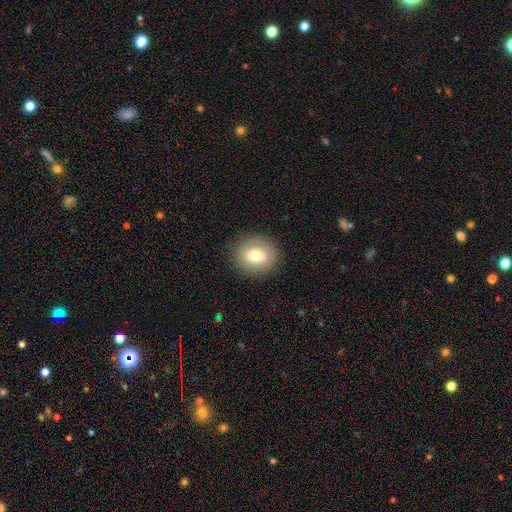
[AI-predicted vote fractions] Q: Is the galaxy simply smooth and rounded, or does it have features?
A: smooth — 73%.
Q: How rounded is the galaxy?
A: round — 79%.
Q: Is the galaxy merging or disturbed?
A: none — 88%.